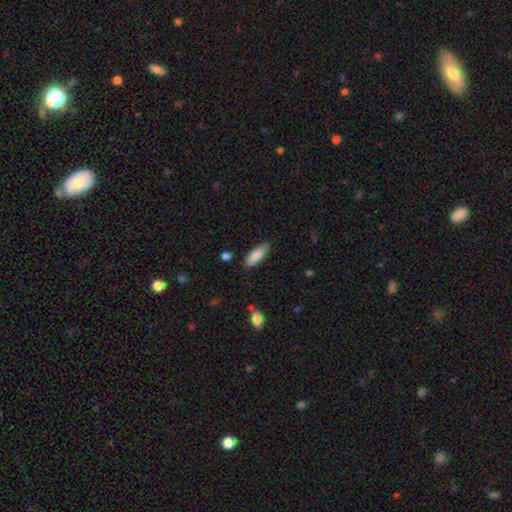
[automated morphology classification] The model was most divided on "how rounded": in between: 67%, cigar-shaped: 32%, round: 2%. More confident: smooth or featured — smooth (87%); merging — none (83%).